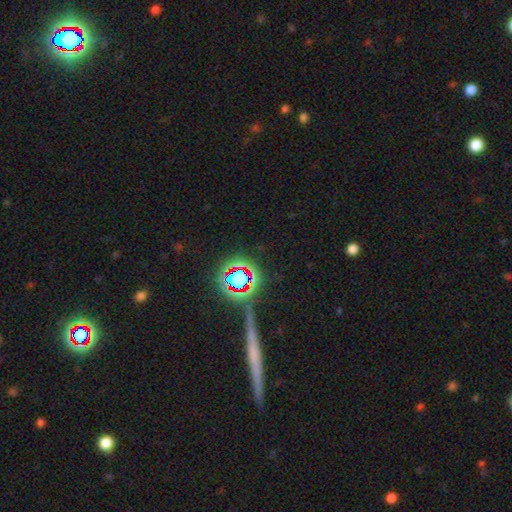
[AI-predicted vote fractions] This is likely a star or artifact rather than a galaxy (67%).